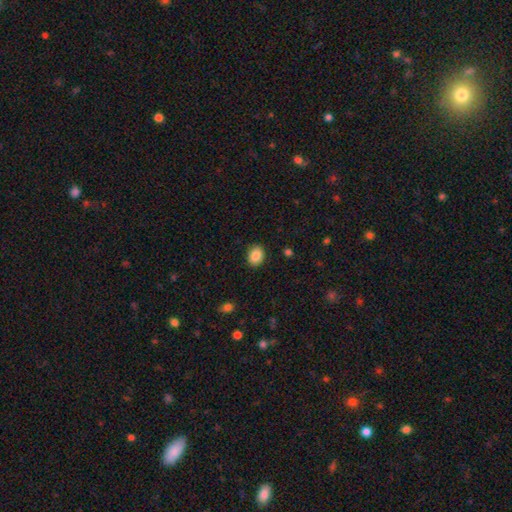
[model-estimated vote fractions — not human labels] Q: Smooth or featured?
A: smooth (87%); runner-up: star or artifact (8%)
Q: How rounded?
A: in between (57%); runner-up: round (42%)
Q: Merging?
A: none (89%); runner-up: minor disturbance (8%)